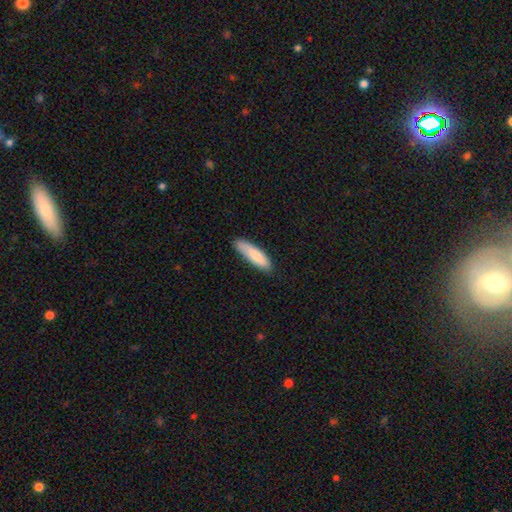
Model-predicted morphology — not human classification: Smooth or featured? smooth (82%)
How rounded? cigar-shaped (63%)
Merging? none (79%)